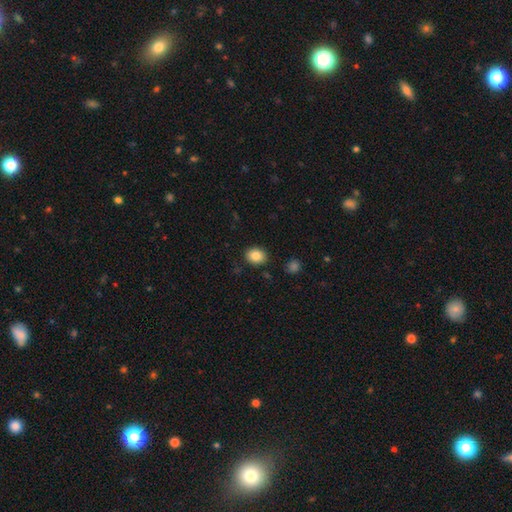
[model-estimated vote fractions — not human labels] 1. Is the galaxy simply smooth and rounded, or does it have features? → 84% smooth, 9% star or artifact, 7% featured or disk.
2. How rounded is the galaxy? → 50% round, 49% in between, 1% cigar-shaped.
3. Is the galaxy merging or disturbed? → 88% none, 8% minor disturbance, 2% major disturbance, 2% merger.